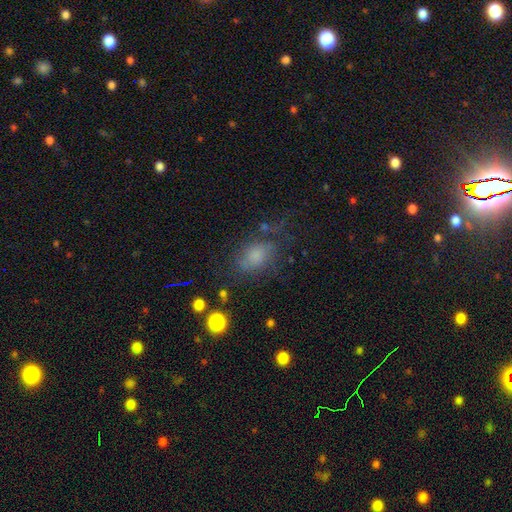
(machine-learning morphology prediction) Smooth or featured?
  - smooth: 68% *
  - featured or disk: 17%
  - star or artifact: 15%
How rounded?
  - in between: 69% *
  - round: 29%
  - cigar-shaped: 2%
Merging?
  - none: 54% *
  - minor disturbance: 24%
  - major disturbance: 18%
  - merger: 5%